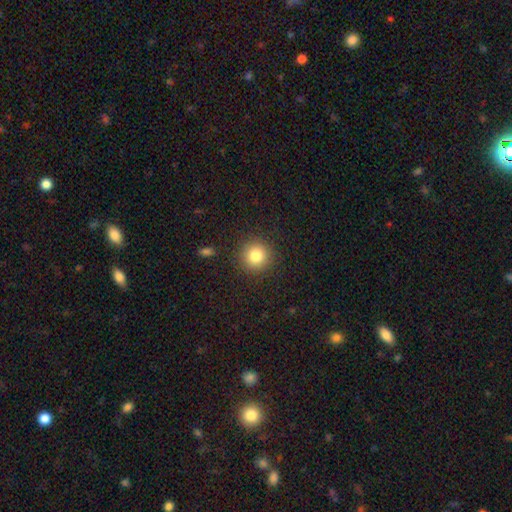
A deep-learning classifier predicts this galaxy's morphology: This appears to be a smooth galaxy with no disk features (82%) that is round (93%). Merging: none (90%).